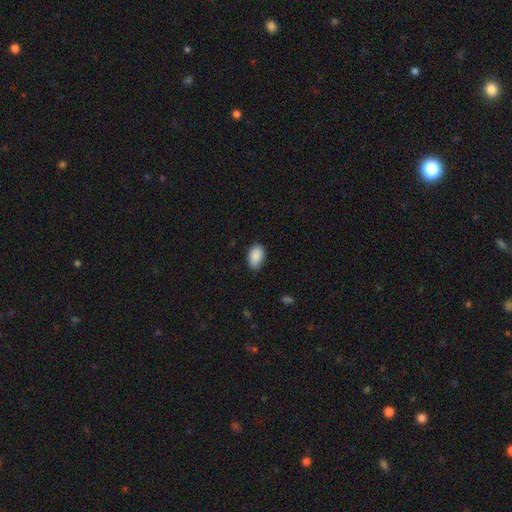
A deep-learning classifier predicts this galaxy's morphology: Smooth or featured?
  - smooth: 89% *
  - star or artifact: 7%
  - featured or disk: 4%
How rounded?
  - in between: 90% *
  - round: 8%
  - cigar-shaped: 1%
Merging?
  - none: 70% *
  - minor disturbance: 25%
  - major disturbance: 4%
  - merger: 1%